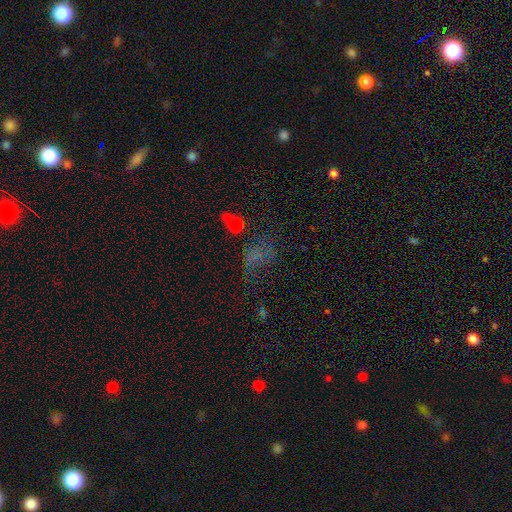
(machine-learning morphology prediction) A star or artifact, not a galaxy (40%).